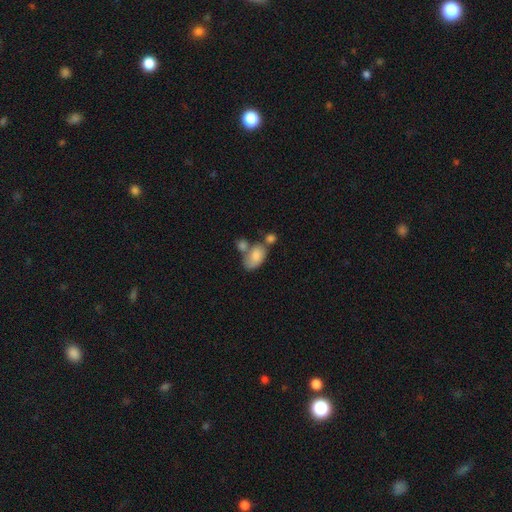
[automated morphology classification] Smooth or featured? Predicted: smooth (p=0.78). How rounded? Predicted: in between (p=0.90). Merging? Predicted: merger (p=0.44).